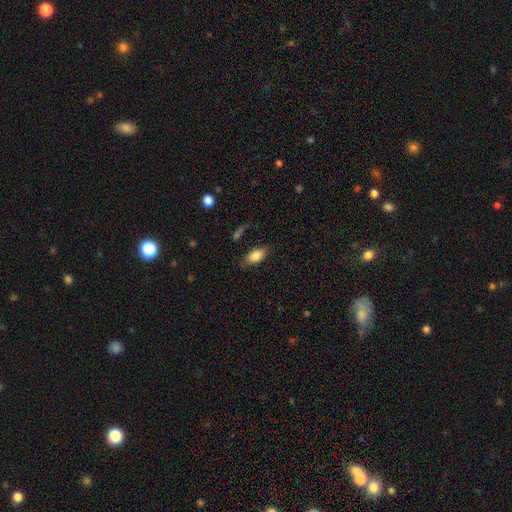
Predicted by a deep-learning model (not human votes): This is clearly a smooth galaxy (82%). How rounded: clearly in between (88%). Merging: likely none (79%).